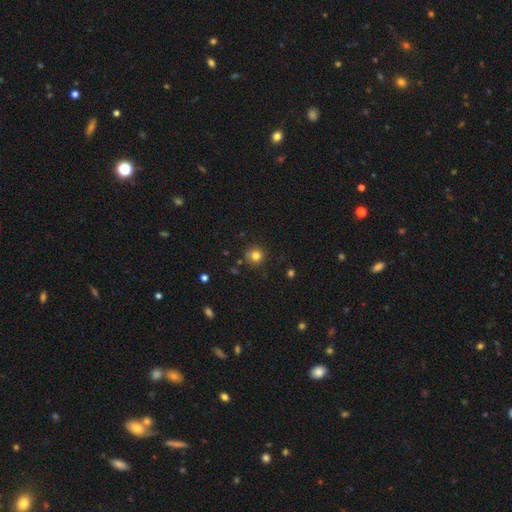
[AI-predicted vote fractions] The model was most divided on "smooth or featured": smooth: 80%, star or artifact: 13%, featured or disk: 6%. More confident: how rounded — round (93%); merging — none (82%).